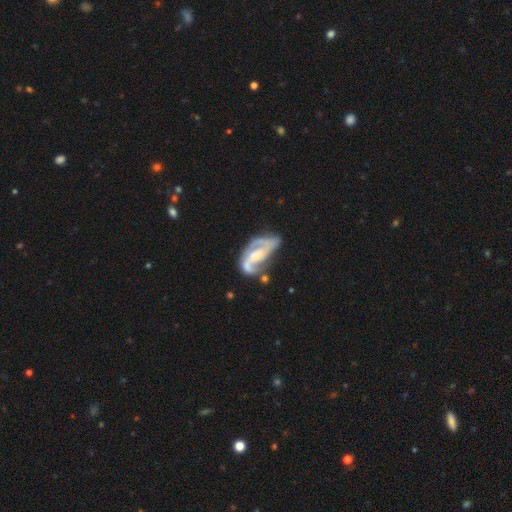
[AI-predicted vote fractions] Overall: featured or disk (86%). Edge-on disk: no (96%). Bar: weak (41%; no 38%). Spiral arms: yes (95%). Spiral arm count: 2 (79%). Spiral winding: medium (51%; tight 27%). Bulge size: moderate (43%; small 35%). Merging: none (46%; minor disturbance 24%).